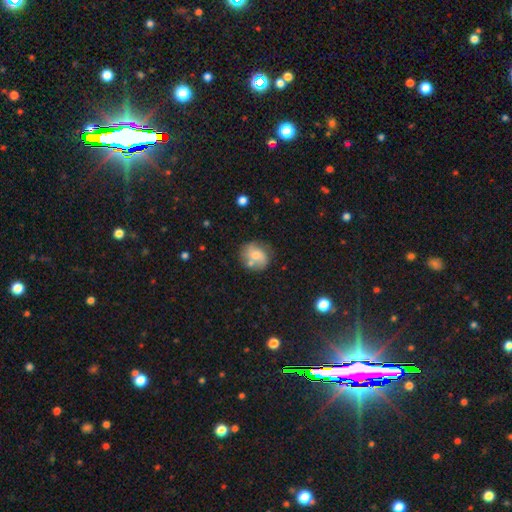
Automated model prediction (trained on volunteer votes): Smooth or featured?
  - smooth: 50% *
  - featured or disk: 40%
  - star or artifact: 9%
How rounded?
  - round: 70% *
  - in between: 28%
  - cigar-shaped: 1%
Merging?
  - none: 59% *
  - minor disturbance: 21%
  - merger: 13%
  - major disturbance: 7%